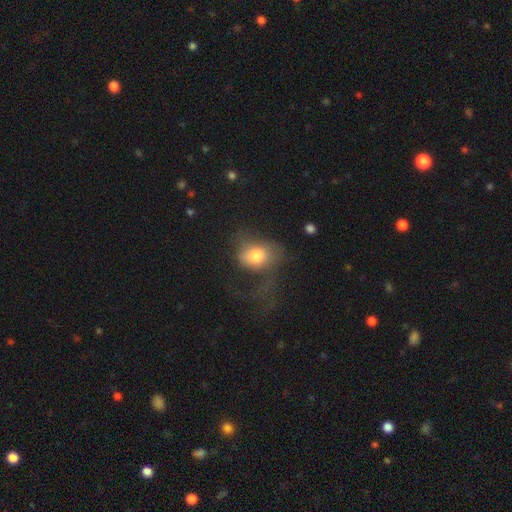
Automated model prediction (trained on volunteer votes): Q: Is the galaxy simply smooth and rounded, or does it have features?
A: smooth — 74%.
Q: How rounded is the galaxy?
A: in between — 61%.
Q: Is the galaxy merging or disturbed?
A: major disturbance — 44%.